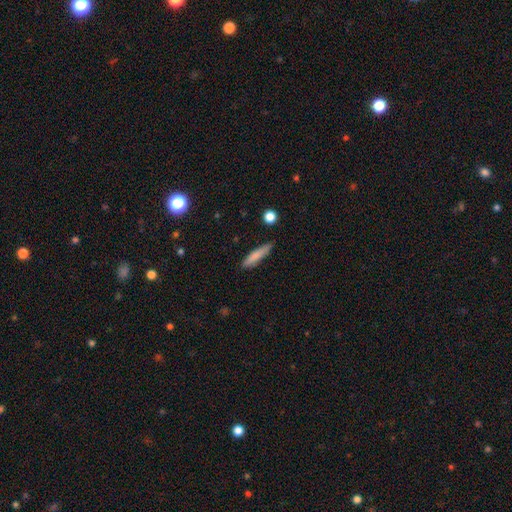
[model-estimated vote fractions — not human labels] A smooth galaxy with no disk features (79%) that is cigar-shaped (86%). Merging: none (82%).